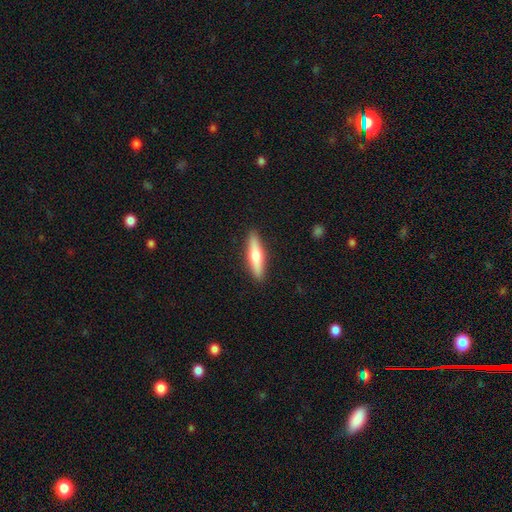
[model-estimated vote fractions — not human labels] Overall: smooth (53%; featured or disk 41%). How rounded: cigar-shaped (77%). Merging: none (91%).